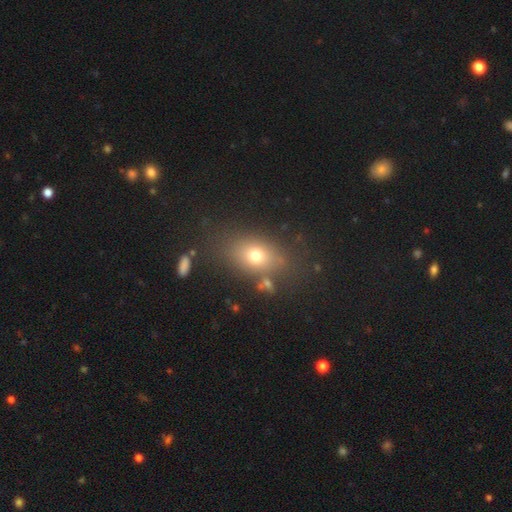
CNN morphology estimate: A smooth galaxy with no disk features (71%) that is in between round and cigar-shaped (71%). Merging: none (75%).